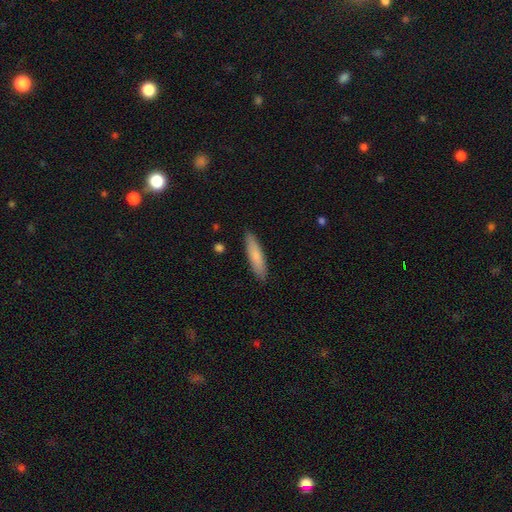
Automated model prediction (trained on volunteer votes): Q: Smooth or featured?
A: smooth (78%); runner-up: featured or disk (16%)
Q: How rounded?
A: cigar-shaped (79%); runner-up: in between (20%)
Q: Merging?
A: none (89%); runner-up: minor disturbance (8%)